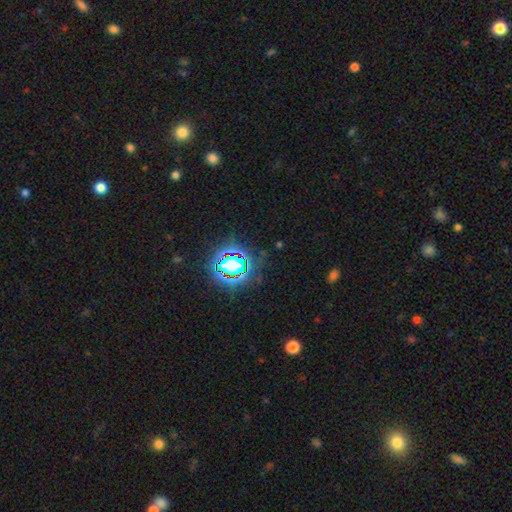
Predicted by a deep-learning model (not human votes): star or artifact 80%, smooth 13%, featured or disk 7%.